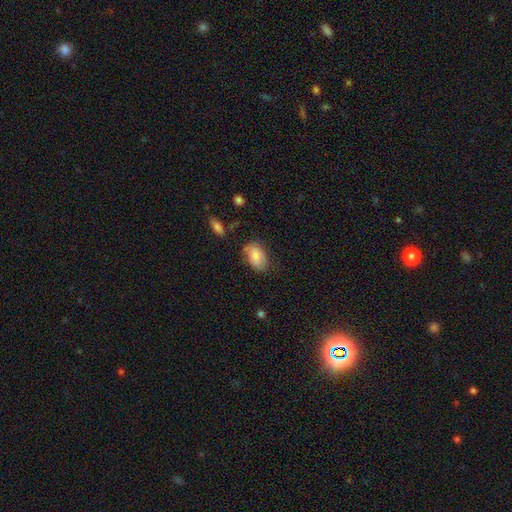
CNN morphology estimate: Smooth or featured? smooth (82%)
How rounded? in between (90%)
Merging? none (63%)